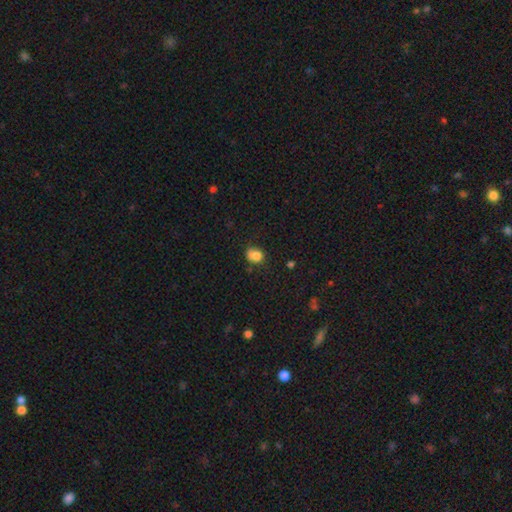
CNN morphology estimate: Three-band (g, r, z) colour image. It shows a smooth galaxy with no disk features (80%) that is round (62%). Merging: none (52%).